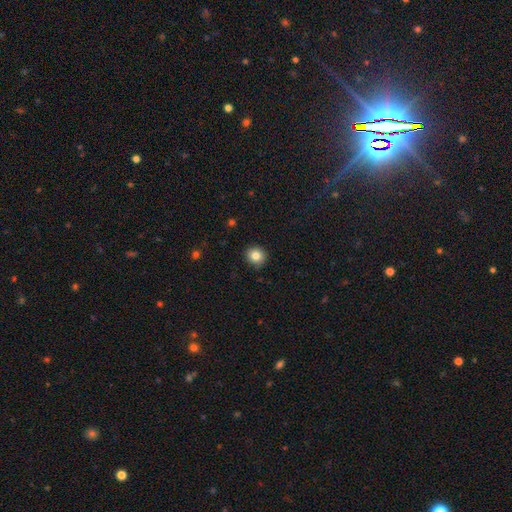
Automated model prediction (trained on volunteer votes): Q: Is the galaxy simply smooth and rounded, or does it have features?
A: smooth — 83%.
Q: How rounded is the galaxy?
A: round — 89%.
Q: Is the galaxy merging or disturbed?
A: none — 90%.